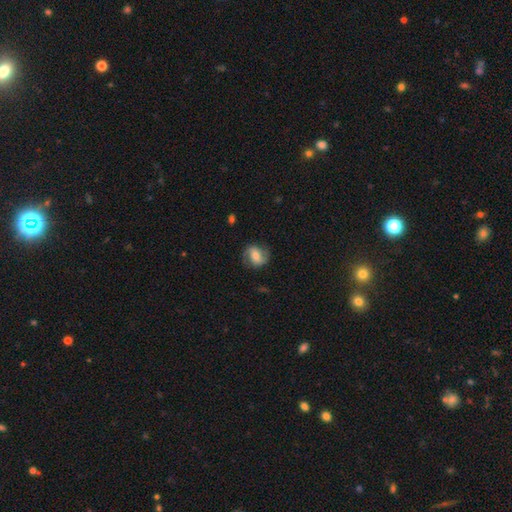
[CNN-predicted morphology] smooth-or-featured: featured or disk: 53% | smooth: 40% | star or artifact: 7%
  disk-edge-on: no: 96% | yes: 4%
    bar: weak: 39% | strong: 33% | no: 28%
    has-spiral-arms: yes: 83% | no: 17%
    bulge-size: moderate: 53% | small: 30% | large: 11% | none: 4% | dominant: 2%
  merging: none: 76% | minor disturbance: 16% | major disturbance: 7% | merger: 1%